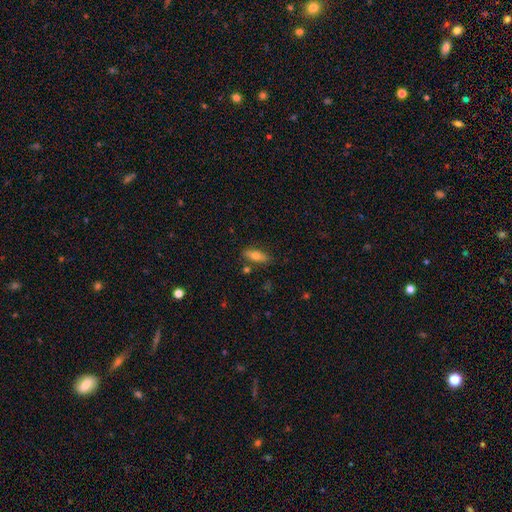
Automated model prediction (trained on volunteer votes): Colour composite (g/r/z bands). It shows a smooth galaxy with no disk features (67%) that is in between round and cigar-shaped (74%). Merging: none (78%).